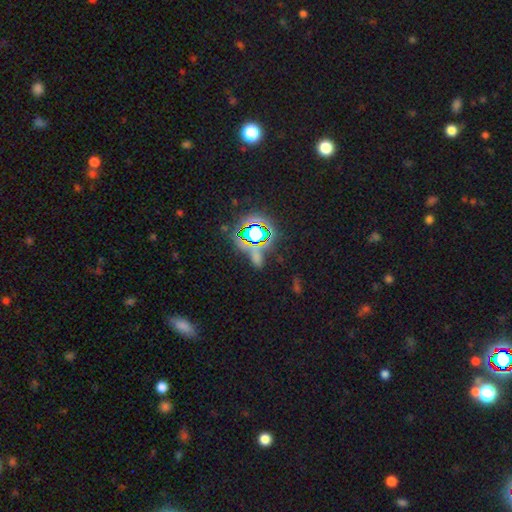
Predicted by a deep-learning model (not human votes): A star or artifact, not a galaxy (66%).

Vote fractions:
- Smooth or featured? star or artifact: 66% / smooth: 24% / featured or disk: 11%